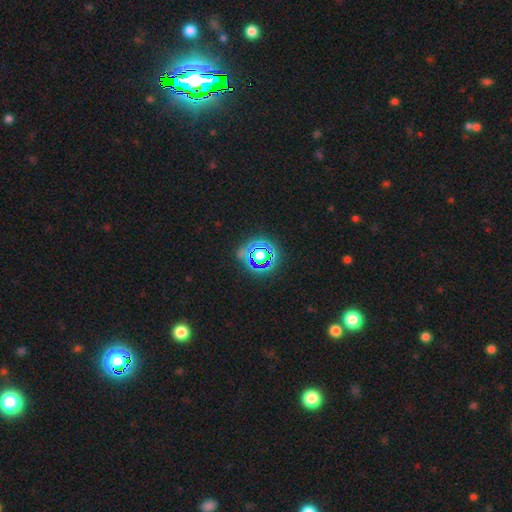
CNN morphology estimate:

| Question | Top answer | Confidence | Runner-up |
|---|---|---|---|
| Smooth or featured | star or artifact | 76% | smooth (16%) |